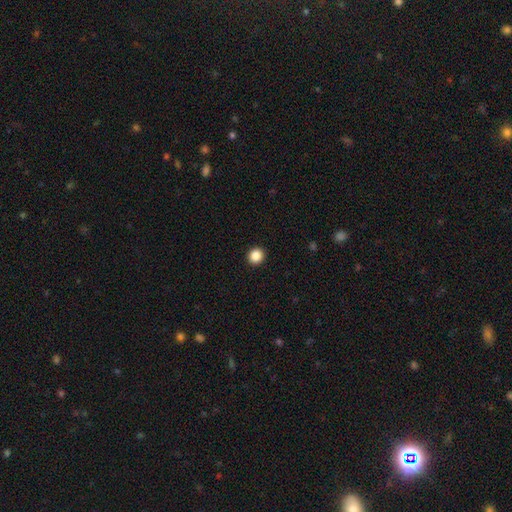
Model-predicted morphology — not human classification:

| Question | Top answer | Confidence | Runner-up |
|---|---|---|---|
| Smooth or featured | smooth | 87% | star or artifact (10%) |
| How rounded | round | 89% | in between (10%) |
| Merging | none | 93% | minor disturbance (4%) |